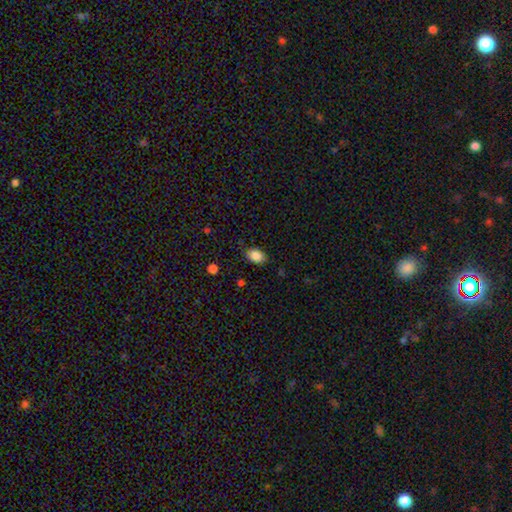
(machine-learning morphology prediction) smooth_or_featured: smooth (p=0.87) [alt: star or artifact p=0.09]
how_rounded: in between (p=0.82) [alt: round p=0.17]
merging: none (p=0.82) [alt: minor disturbance p=0.14]